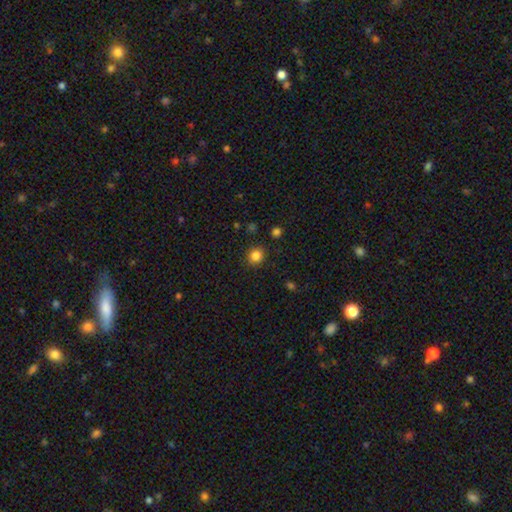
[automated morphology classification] Smooth or featured? Predicted: smooth (p=0.84). How rounded? Predicted: round (p=0.83). Merging? Predicted: none (p=0.88).